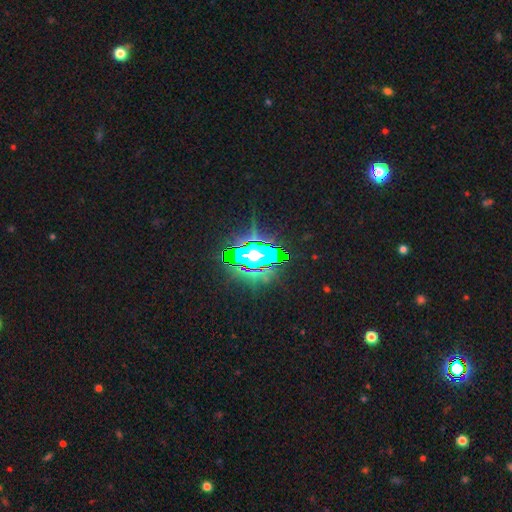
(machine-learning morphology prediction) A star or artifact, not a galaxy (70%).